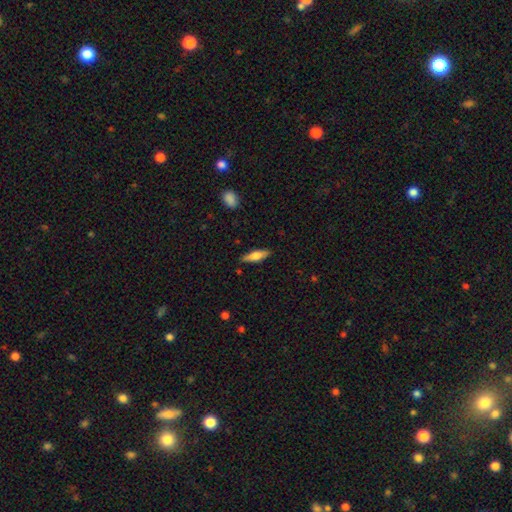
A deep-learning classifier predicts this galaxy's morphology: type=smooth (61%); roundness=cigar-shaped (54%); merging=none (87%).